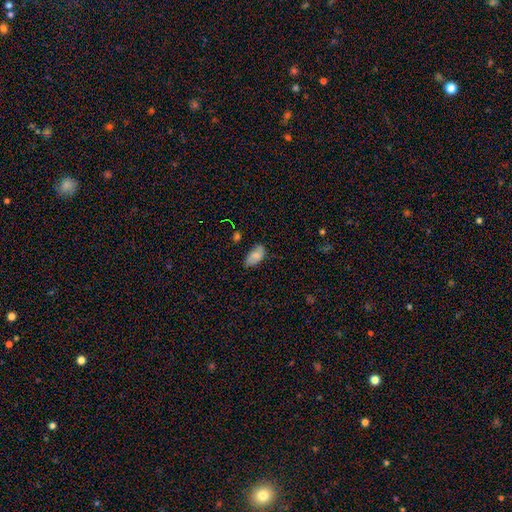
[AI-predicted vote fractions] Smooth or featured?
  - smooth: 73% *
  - featured or disk: 18%
  - star or artifact: 9%
How rounded?
  - in between: 93% *
  - round: 4%
  - cigar-shaped: 3%
Merging?
  - none: 64% *
  - minor disturbance: 28%
  - major disturbance: 6%
  - merger: 2%